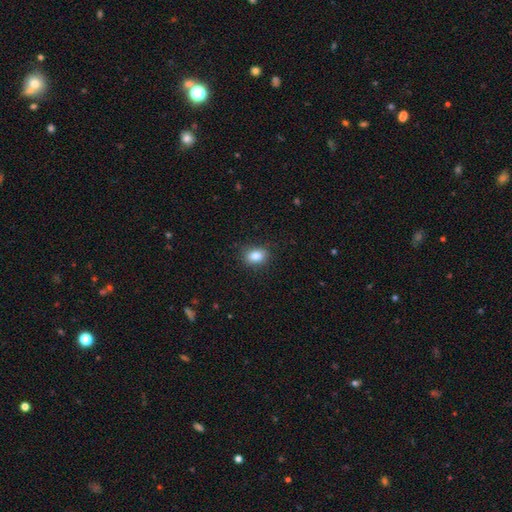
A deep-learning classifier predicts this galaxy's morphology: smooth-or-featured: smooth: 84% | star or artifact: 9% | featured or disk: 6%
  how-rounded: in between: 65% | round: 34% | cigar-shaped: 1%
  merging: none: 84% | minor disturbance: 12% | major disturbance: 3% | merger: 1%